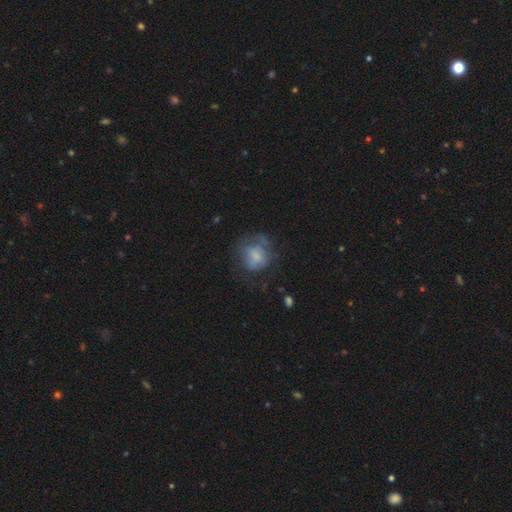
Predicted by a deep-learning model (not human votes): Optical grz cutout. It shows a smooth galaxy with no disk features (60%) that is round (71%). Merging: none (43%).